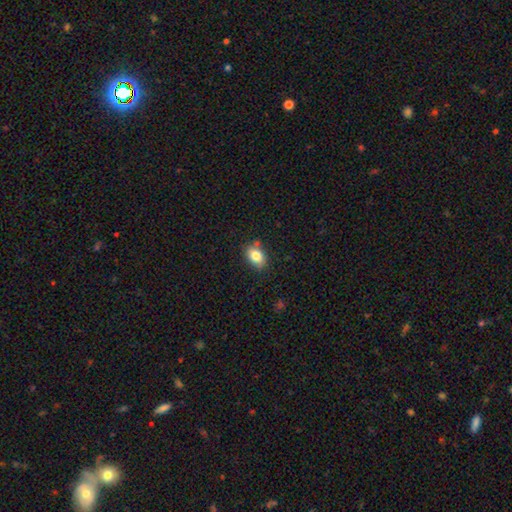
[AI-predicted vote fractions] Q: Smooth or featured?
A: smooth (82%); runner-up: featured or disk (10%)
Q: How rounded?
A: in between (76%); runner-up: round (23%)
Q: Merging?
A: none (74%); runner-up: minor disturbance (18%)